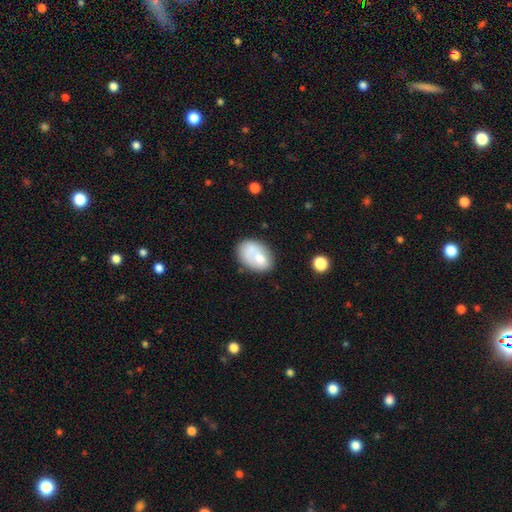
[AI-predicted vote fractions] smooth-or-featured: smooth: 69% | featured or disk: 23% | star or artifact: 7%
  how-rounded: in between: 82% | round: 17% | cigar-shaped: 1%
  merging: none: 48% | minor disturbance: 22% | merger: 21% | major disturbance: 9%